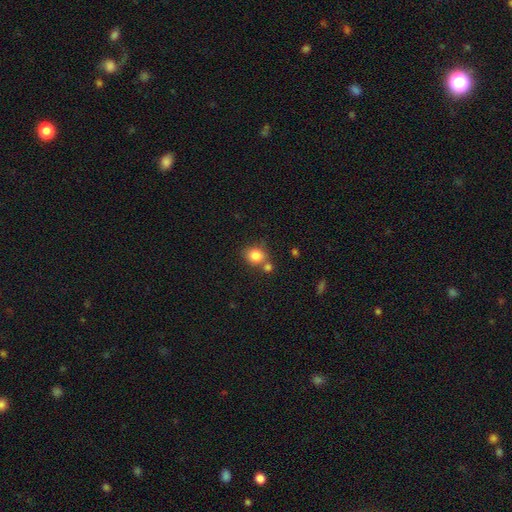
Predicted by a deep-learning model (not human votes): smooth 83%, star or artifact 10%, featured or disk 7%. Down the decision tree: how rounded — round (71%); merging — none (61%).